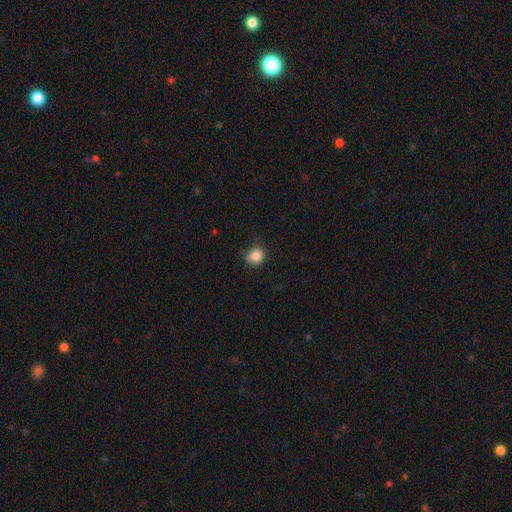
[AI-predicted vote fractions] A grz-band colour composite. It shows a smooth galaxy with no disk features (84%) that is round (82%). Merging: none (63%).